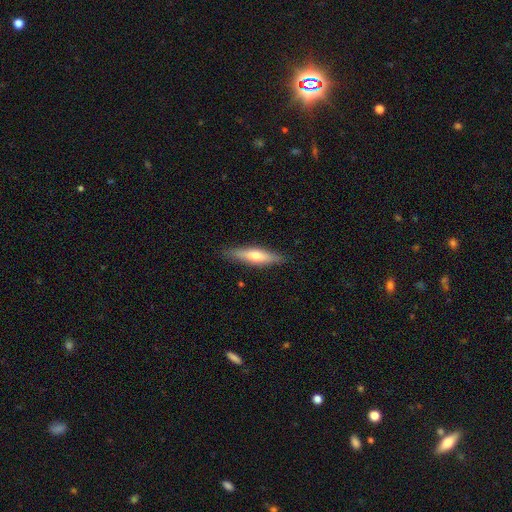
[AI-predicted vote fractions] A smooth galaxy with no disk features (51%) that is cigar-shaped (76%). Merging: none (88%).